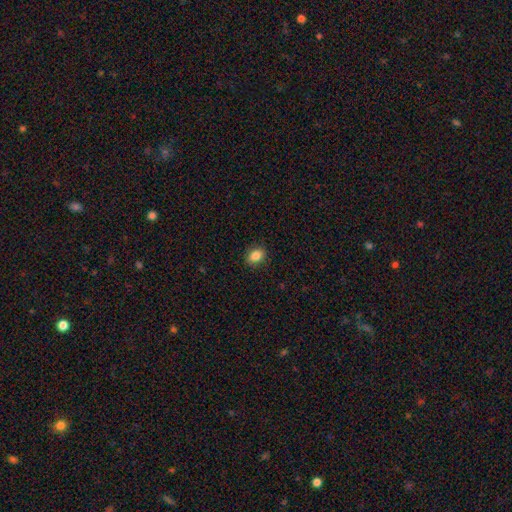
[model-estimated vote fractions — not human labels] Morphology: type=smooth (86%); roundness=in between (64%); merging=none (89%).